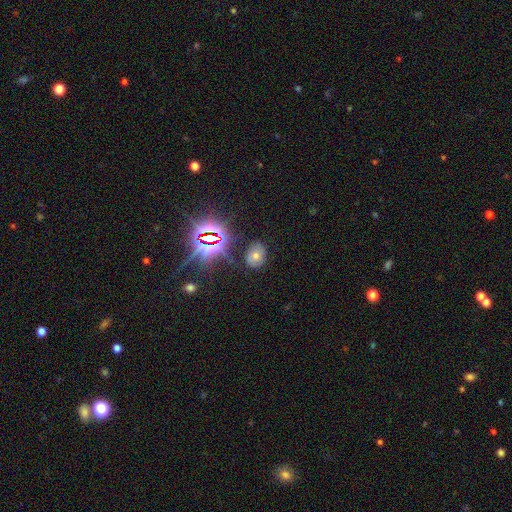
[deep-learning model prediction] Smooth or featured? Predicted: smooth (p=0.40). Merging? Predicted: none (p=0.78).